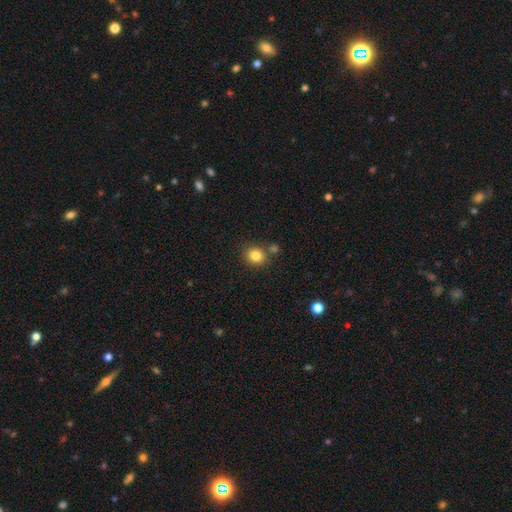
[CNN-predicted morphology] Smooth or featured?
  - smooth: 83% *
  - star or artifact: 11%
  - featured or disk: 6%
How rounded?
  - round: 75% *
  - in between: 24%
  - cigar-shaped: 1%
Merging?
  - none: 76% *
  - merger: 12%
  - minor disturbance: 10%
  - major disturbance: 3%